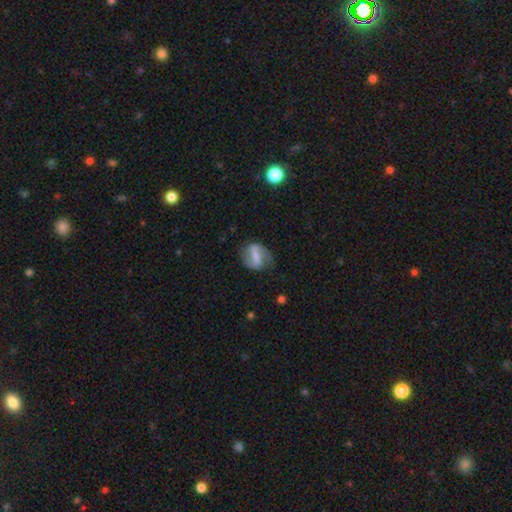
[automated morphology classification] smooth-or-featured: featured or disk: 66% | smooth: 27% | star or artifact: 7%
  disk-edge-on: no: 95% | yes: 5%
    bar: strong: 60% | weak: 29% | no: 11%
    has-spiral-arms: yes: 79% | no: 21%
    bulge-size: small: 34% | none: 33% | moderate: 26% | large: 5% | dominant: 2%
  merging: none: 66% | minor disturbance: 22% | major disturbance: 10% | merger: 2%